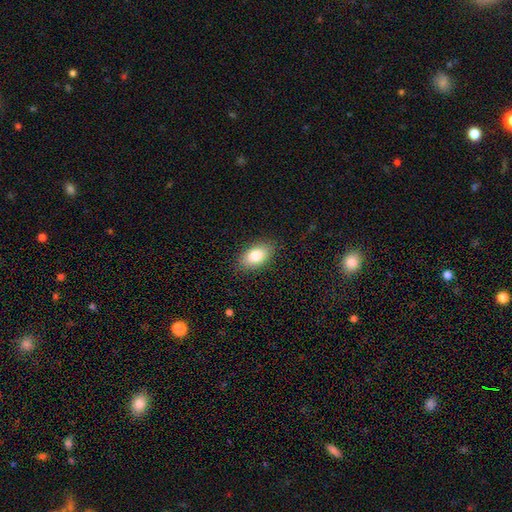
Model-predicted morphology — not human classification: This is clearly a smooth galaxy (81%). How rounded: clearly in between (92%). Merging: clearly none (86%).